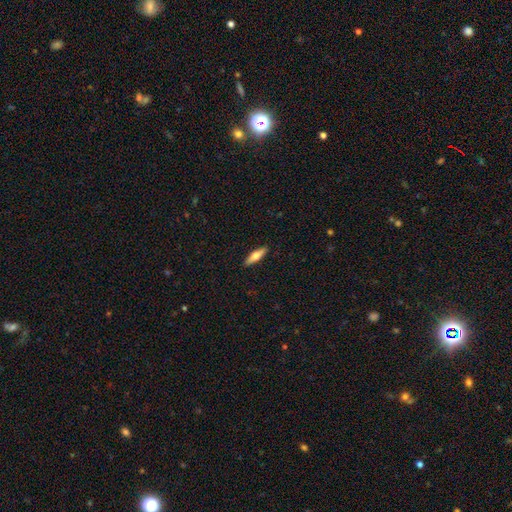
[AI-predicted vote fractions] smooth-or-featured: smooth: 62% | featured or disk: 32% | star or artifact: 6%
  how-rounded: cigar-shaped: 63% | in between: 35% | round: 2%
  merging: none: 90% | minor disturbance: 7% | major disturbance: 2% | merger: 1%